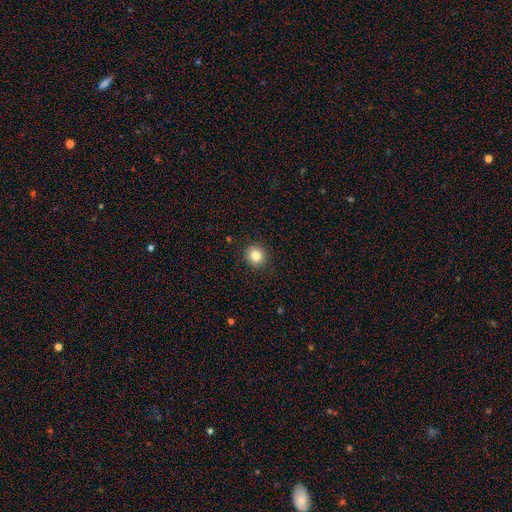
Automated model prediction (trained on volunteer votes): A smooth galaxy with no disk features (83%) that is round (87%). Merging: none (91%).